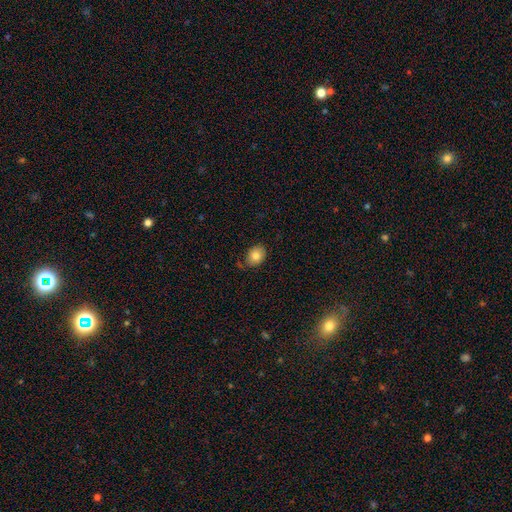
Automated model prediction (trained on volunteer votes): smooth-or-featured: smooth: 81% | featured or disk: 10% | star or artifact: 9%
  how-rounded: in between: 59% | round: 40% | cigar-shaped: 1%
  merging: none: 73% | minor disturbance: 19% | major disturbance: 4% | merger: 3%